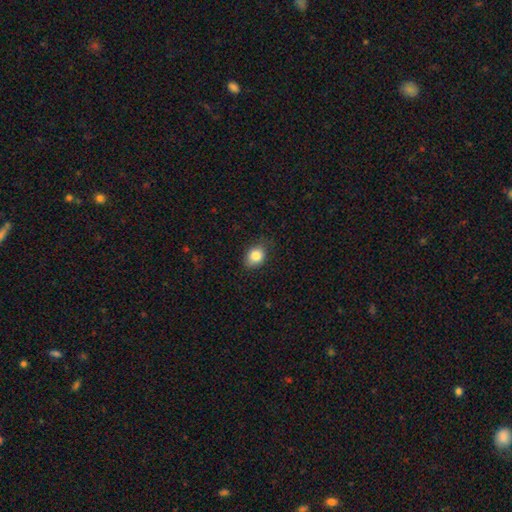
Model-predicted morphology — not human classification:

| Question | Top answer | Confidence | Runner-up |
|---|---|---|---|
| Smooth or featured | smooth | 84% | star or artifact (9%) |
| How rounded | in between | 63% | round (36%) |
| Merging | none | 79% | minor disturbance (17%) |